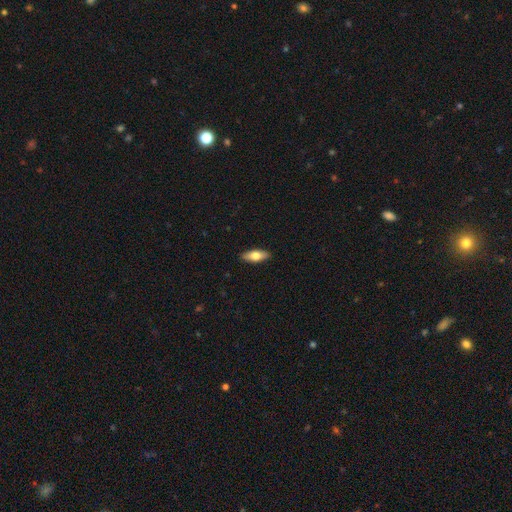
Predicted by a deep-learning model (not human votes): A smooth galaxy with no disk features (66%) that is in between round and cigar-shaped (72%).

Vote fractions:
- Smooth or featured? smooth: 66% / featured or disk: 28% / star or artifact: 6%
- How rounded? in between: 72% / cigar-shaped: 25% / round: 3%
- Merging? none: 90% / minor disturbance: 7% / major disturbance: 2% / merger: 1%